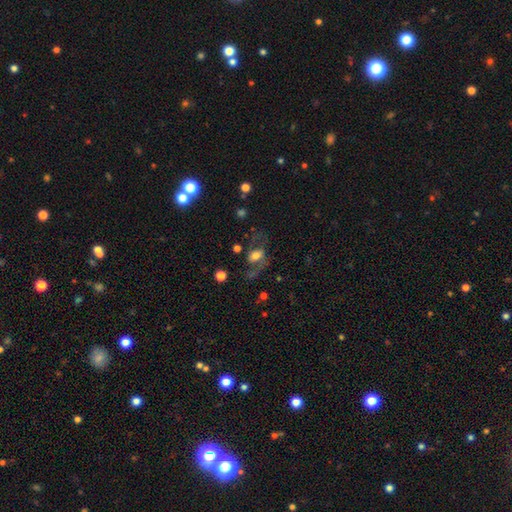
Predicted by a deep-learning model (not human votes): Morphology: type=featured or disk (46%); merging=none (51%).